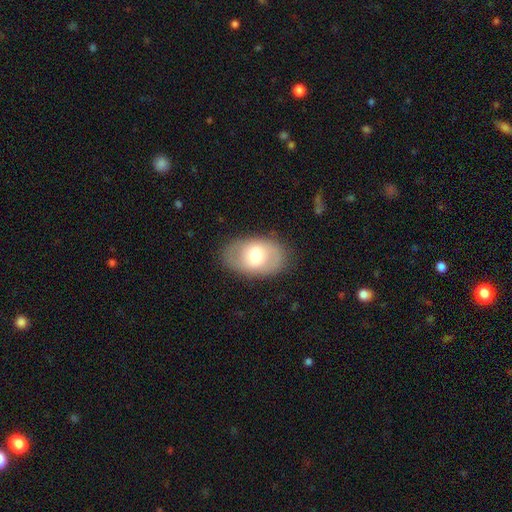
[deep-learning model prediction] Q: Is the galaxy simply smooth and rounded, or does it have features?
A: smooth — 54%.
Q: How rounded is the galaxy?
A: in between — 86%.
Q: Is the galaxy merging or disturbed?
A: none — 83%.